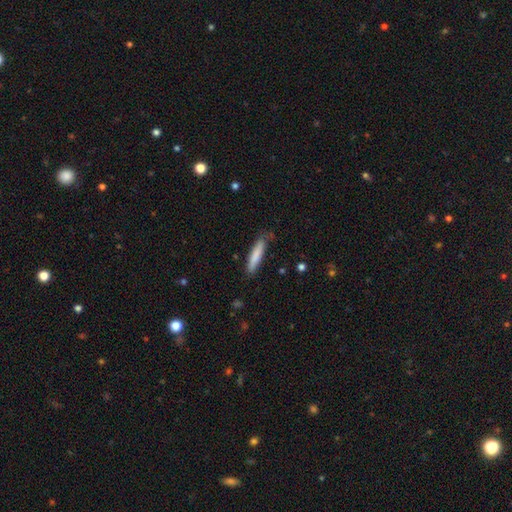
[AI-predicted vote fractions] A smooth galaxy with no disk features (82%) that is cigar-shaped (85%). Merging: none (80%).